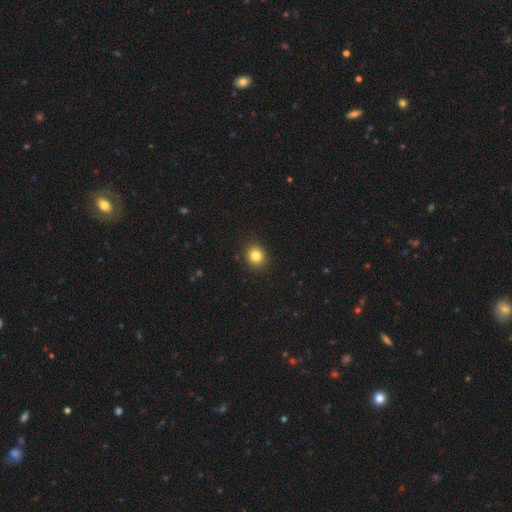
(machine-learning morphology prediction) smooth_or_featured: smooth (p=0.83) [alt: star or artifact p=0.11]
how_rounded: round (p=0.81) [alt: in between p=0.19]
merging: none (p=0.90) [alt: minor disturbance p=0.07]